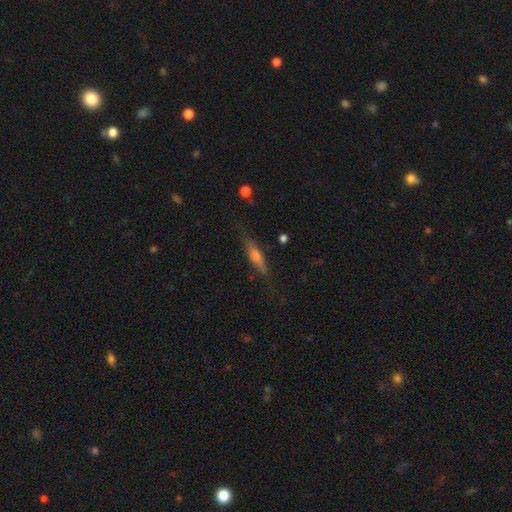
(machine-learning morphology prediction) This is possibly a featured or disk galaxy (50%). Merging: likely none (76%).